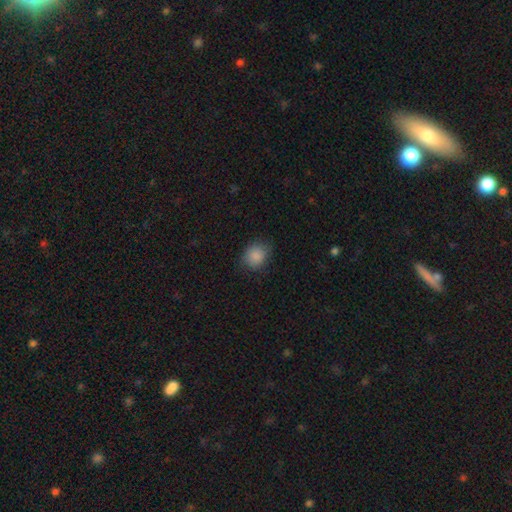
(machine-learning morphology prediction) This is clearly a smooth galaxy (87%). How rounded: likely round (68%). Merging: likely none (79%).